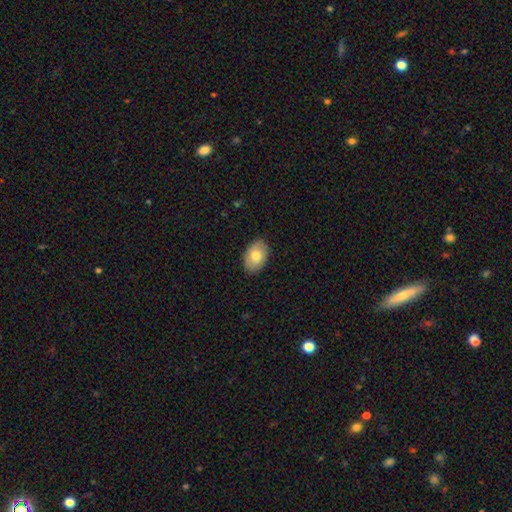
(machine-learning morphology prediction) Smooth or featured: smooth — 77% (featured or disk — 17%)
How rounded: in between — 89% (round — 10%)
Merging: none — 87% (minor disturbance — 11%)